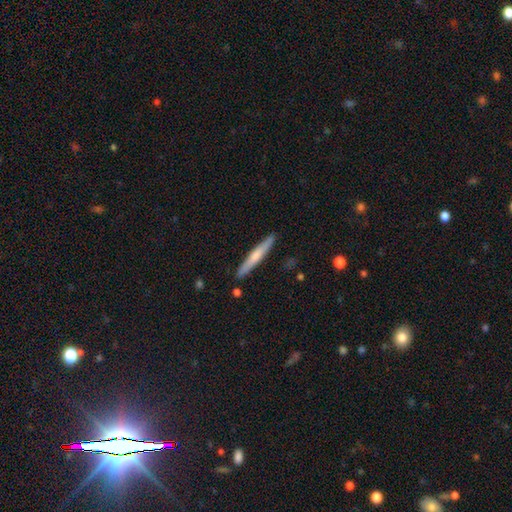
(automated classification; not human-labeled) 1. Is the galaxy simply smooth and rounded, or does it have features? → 53% smooth, 42% featured or disk, 5% star or artifact.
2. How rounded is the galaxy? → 95% cigar-shaped, 3% in between, 1% round.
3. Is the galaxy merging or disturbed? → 89% none, 8% minor disturbance, 2% merger, 1% major disturbance.